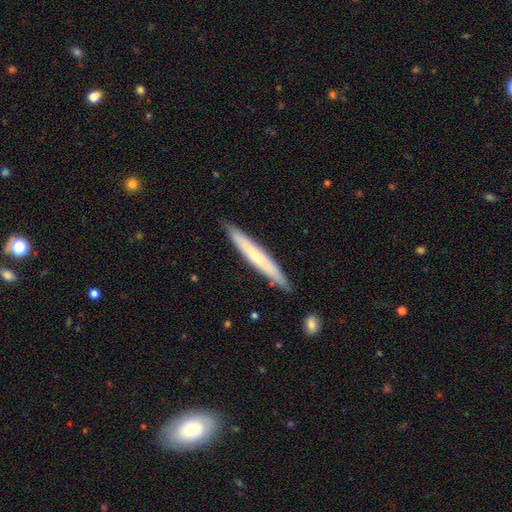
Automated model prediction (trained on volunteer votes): Overall: smooth (51%; featured or disk 44%). How rounded: cigar-shaped (96%). Merging: none (89%).